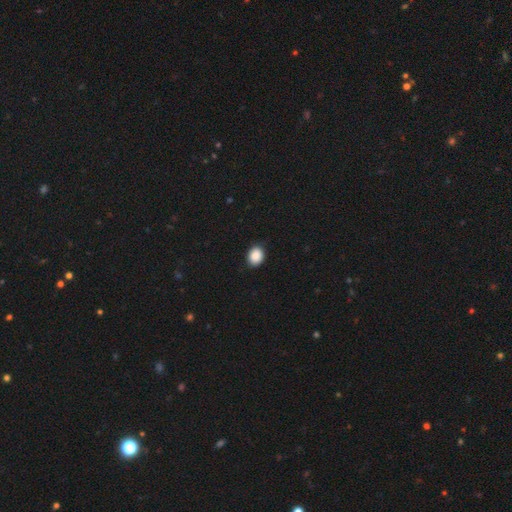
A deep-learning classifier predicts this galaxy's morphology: type=smooth (89%); roundness=in between (54%); merging=none (88%).